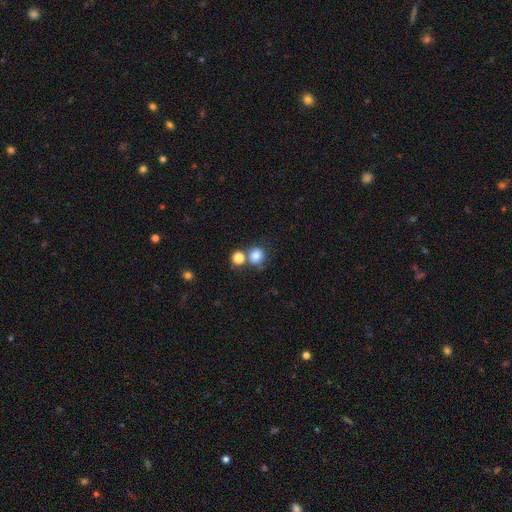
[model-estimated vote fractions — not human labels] The model was most divided on "merging": none: 58%, merger: 26%, minor disturbance: 11%, major disturbance: 5%. More confident: how rounded — round (83%); smooth or featured — smooth (81%).